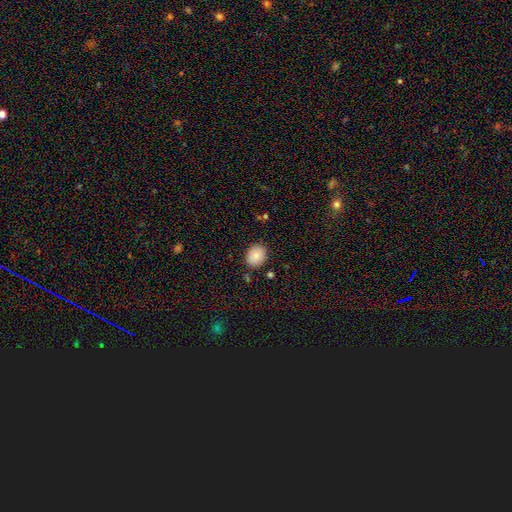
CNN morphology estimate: smooth-or-featured: smooth: 86% | star or artifact: 8% | featured or disk: 6%
  how-rounded: in between: 57% | round: 42% | cigar-shaped: 1%
  merging: none: 84% | minor disturbance: 12% | major disturbance: 3% | merger: 2%